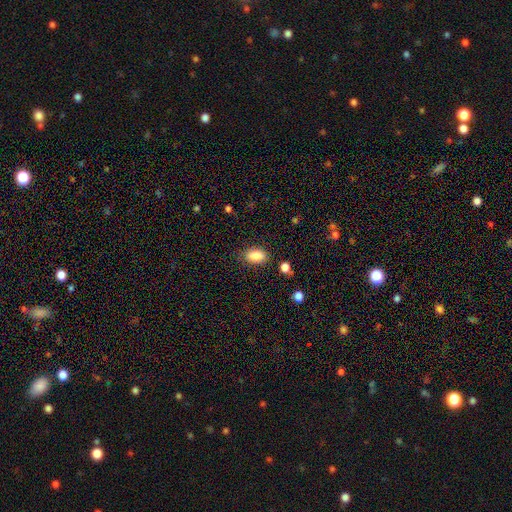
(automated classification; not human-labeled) This appears to be a smooth galaxy with no disk features (87%) that is in between round and cigar-shaped (91%). Merging: none (81%).